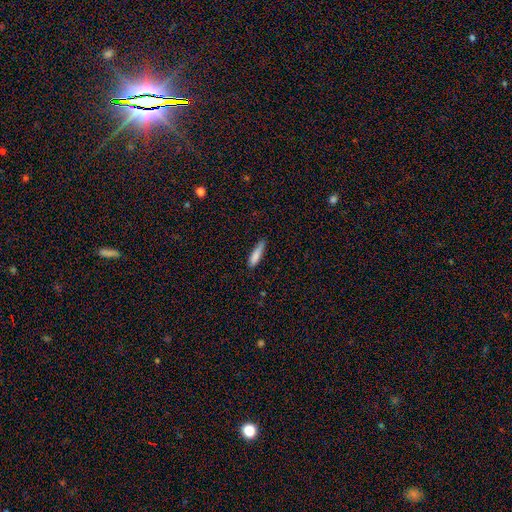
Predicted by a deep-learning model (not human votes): This is clearly a smooth galaxy (82%). How rounded: likely cigar-shaped (77%). Merging: likely none (69%).